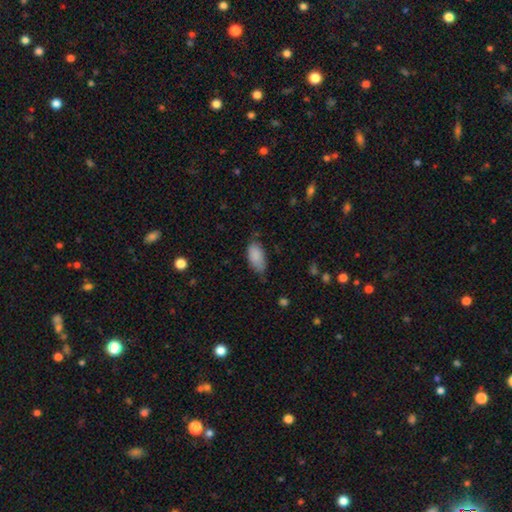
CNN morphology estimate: This appears to be a smooth galaxy with no disk features (87%) that is in between round and cigar-shaped (93%). Merging: none (59%).